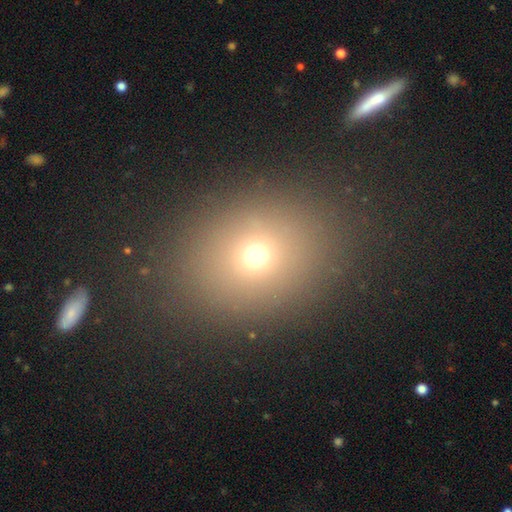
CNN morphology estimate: Smooth or featured?
  - smooth: 68% *
  - star or artifact: 21%
  - featured or disk: 11%
How rounded?
  - round: 57% *
  - in between: 42%
  - cigar-shaped: 1%
Merging?
  - none: 84% *
  - minor disturbance: 9%
  - major disturbance: 5%
  - merger: 2%